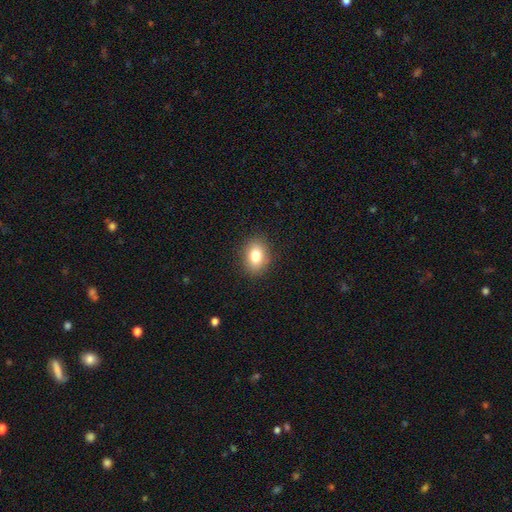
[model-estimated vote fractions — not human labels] The model was most divided on "how rounded": in between: 68%, round: 30%, cigar-shaped: 1%. More confident: merging — none (88%); smooth or featured — smooth (81%).